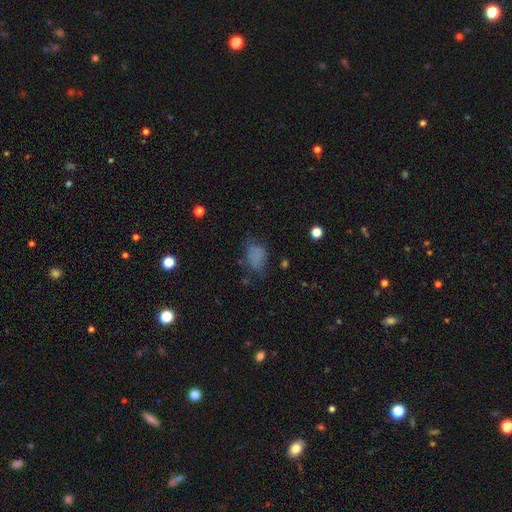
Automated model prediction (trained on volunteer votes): Q: Smooth or featured?
A: smooth (69%); runner-up: star or artifact (16%)
Q: How rounded?
A: in between (81%); runner-up: round (17%)
Q: Merging?
A: none (53%); runner-up: minor disturbance (27%)